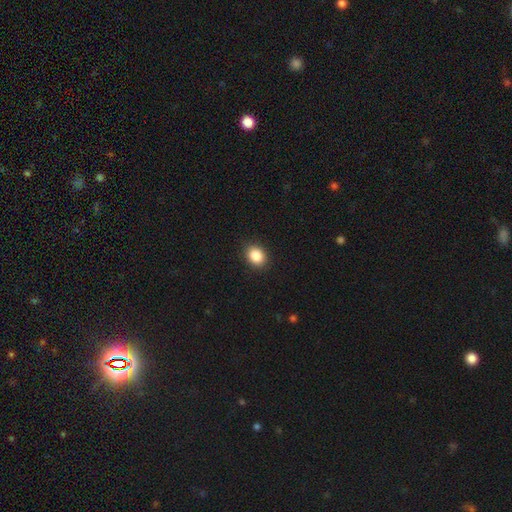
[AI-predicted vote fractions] Morphology: type=smooth (88%); roundness=in between (57%); merging=none (90%).